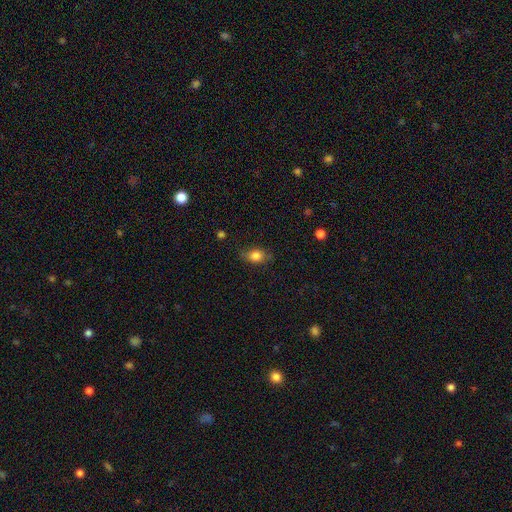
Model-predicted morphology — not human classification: Smooth or featured? smooth (83%)
How rounded? in between (69%)
Merging? none (75%)